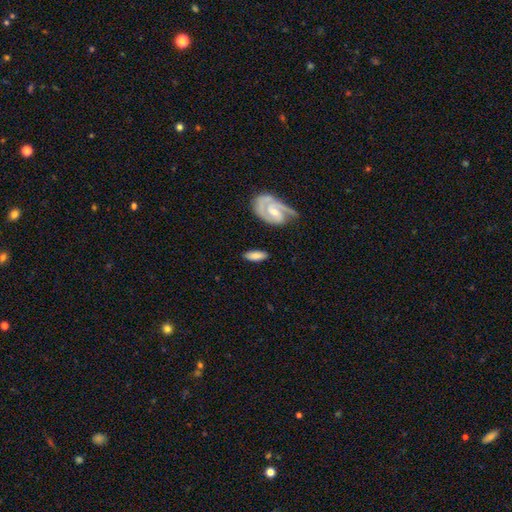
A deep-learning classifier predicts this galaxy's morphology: The model was most divided on "smooth or featured": smooth: 67%, featured or disk: 27%, star or artifact: 6%. More confident: merging — none (78%); how rounded — in between (74%).